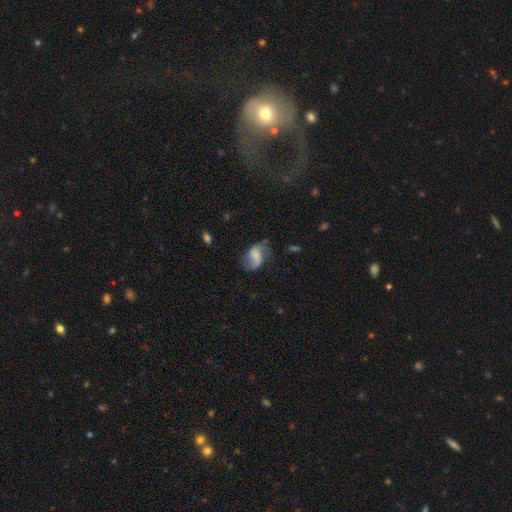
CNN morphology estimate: Smooth or featured? featured or disk (59%)
Edge-on disk? no (97%)
Bar? weak (43%)
Spiral arms? yes (88%)
Bulge size? none (41%)
Merging? none (52%)